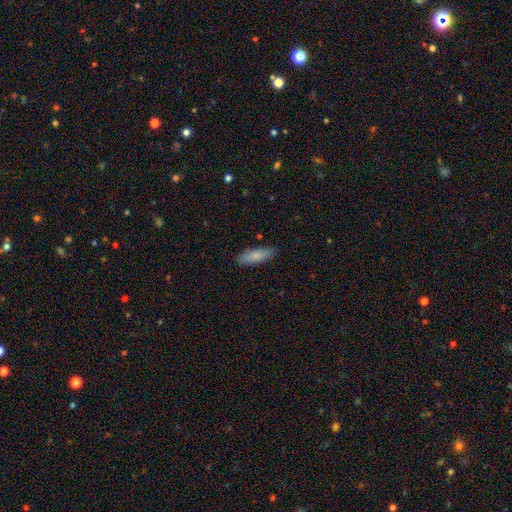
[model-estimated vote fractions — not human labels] Smooth or featured?
  - smooth: 85% *
  - featured or disk: 9%
  - star or artifact: 6%
How rounded?
  - in between: 54% *
  - cigar-shaped: 44%
  - round: 2%
Merging?
  - none: 87% *
  - minor disturbance: 10%
  - major disturbance: 2%
  - merger: 1%